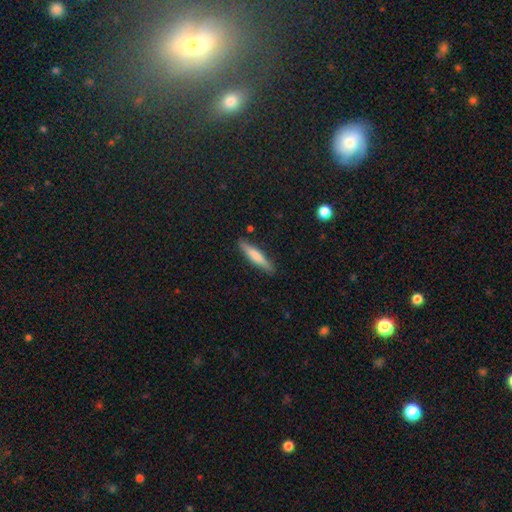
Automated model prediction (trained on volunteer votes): smooth 70%, featured or disk 24%, star or artifact 6%. Down the decision tree: how rounded — cigar-shaped (87%); merging — none (86%).